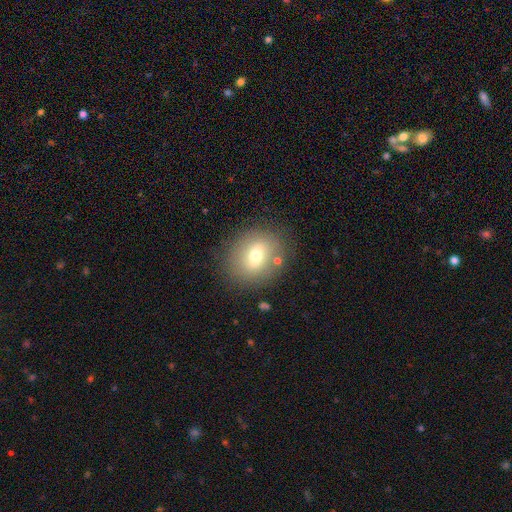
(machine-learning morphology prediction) The model was most divided on "how rounded": round: 62%, in between: 37%, cigar-shaped: 1%. More confident: merging — none (80%); smooth or featured — smooth (63%).